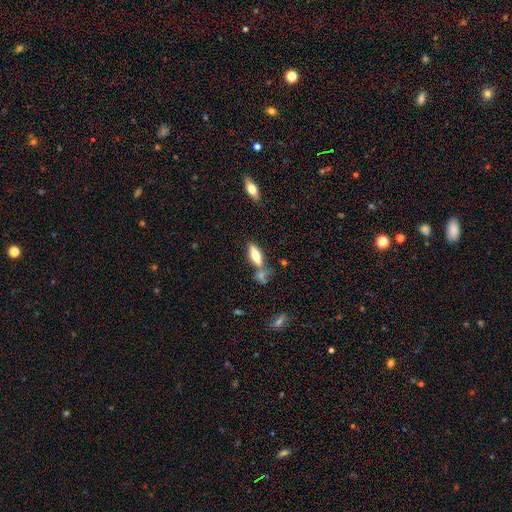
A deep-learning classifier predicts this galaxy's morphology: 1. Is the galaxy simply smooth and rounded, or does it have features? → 57% smooth, 35% featured or disk, 8% star or artifact.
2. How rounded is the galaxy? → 53% in between, 44% cigar-shaped, 3% round.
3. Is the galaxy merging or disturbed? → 60% none, 20% merger, 15% minor disturbance, 6% major disturbance.